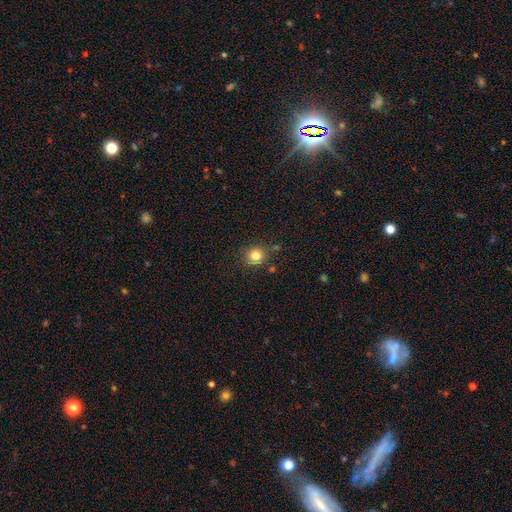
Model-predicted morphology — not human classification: Smooth or featured?
  - smooth: 82% *
  - star or artifact: 12%
  - featured or disk: 6%
How rounded?
  - round: 89% *
  - in between: 10%
  - cigar-shaped: 1%
Merging?
  - none: 83% *
  - minor disturbance: 10%
  - merger: 4%
  - major disturbance: 3%